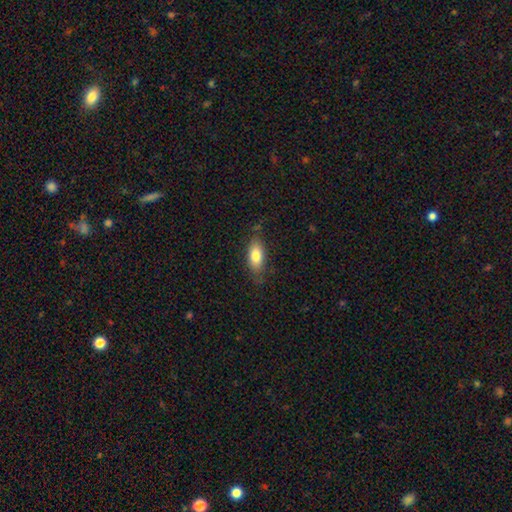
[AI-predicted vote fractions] The model was most divided on "merging": none: 77%, minor disturbance: 17%, major disturbance: 4%, merger: 2%. More confident: how rounded — in between (85%); smooth or featured — smooth (78%).